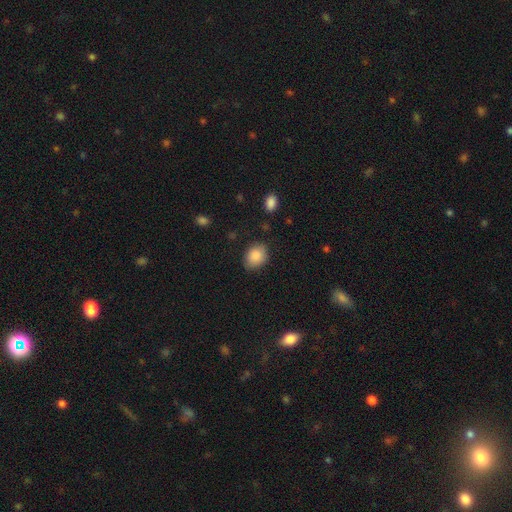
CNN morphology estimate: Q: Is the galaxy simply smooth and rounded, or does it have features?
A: smooth — 87%.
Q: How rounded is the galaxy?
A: in between — 54%.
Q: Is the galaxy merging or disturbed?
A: none — 79%.